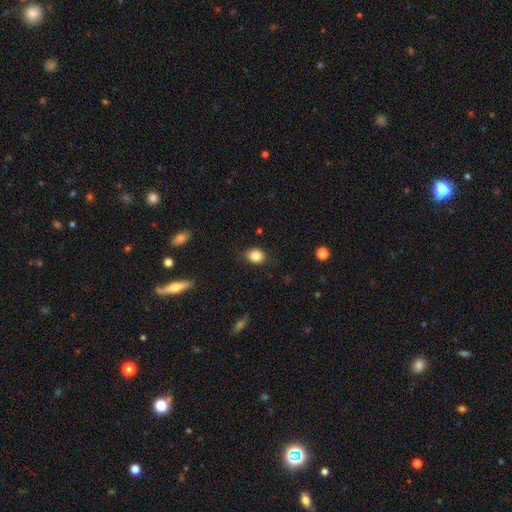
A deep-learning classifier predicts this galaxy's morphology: type=smooth (84%); roundness=in between (52%); merging=none (84%).